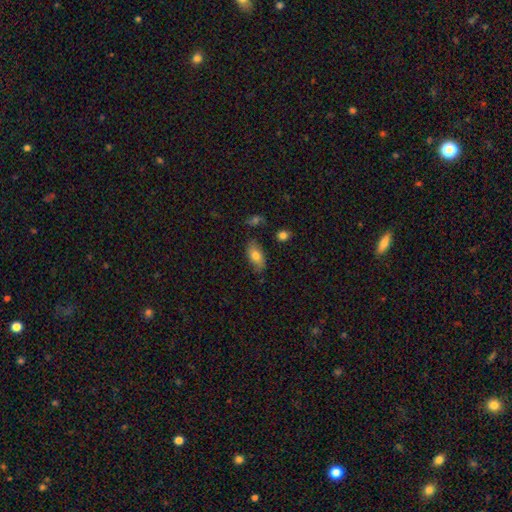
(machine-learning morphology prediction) The model was most divided on "merging": none: 75%, minor disturbance: 18%, major disturbance: 4%, merger: 3%. More confident: how rounded — in between (89%); smooth or featured — smooth (76%).